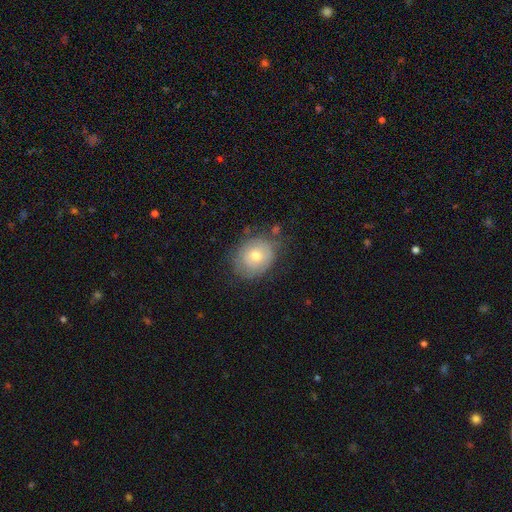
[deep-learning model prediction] A smooth galaxy with no disk features (60%) that is round (61%). Merging: none (70%).